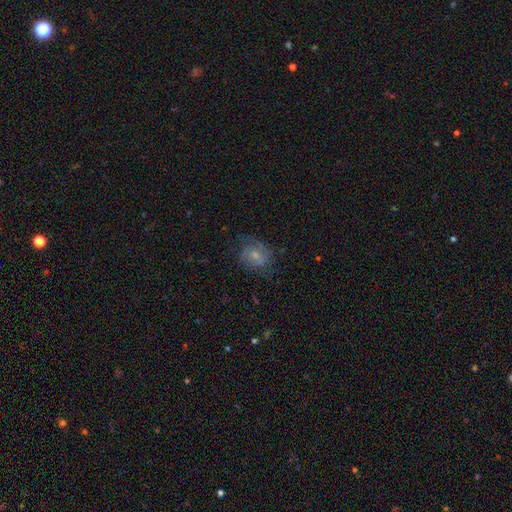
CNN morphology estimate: Smooth or featured? Predicted: featured or disk (p=0.52). Edge-on disk? Predicted: no (p=0.97). Bar? Predicted: no (p=0.49). Spiral arms? Predicted: yes (p=0.82). Bulge size? Predicted: small (p=0.46). Merging? Predicted: none (p=0.63).